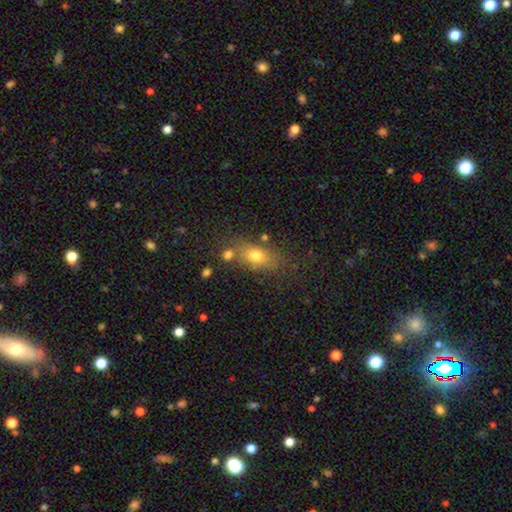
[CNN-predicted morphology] This is likely a smooth galaxy (73%). How rounded: likely in between (72%). Merging: likely none (66%).